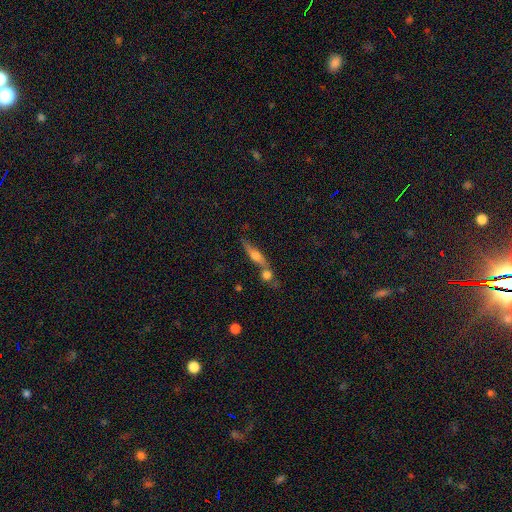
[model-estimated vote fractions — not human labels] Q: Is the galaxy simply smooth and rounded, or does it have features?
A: featured or disk — 52%.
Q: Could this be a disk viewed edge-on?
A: yes — 86%.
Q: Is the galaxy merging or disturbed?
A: none — 51%.